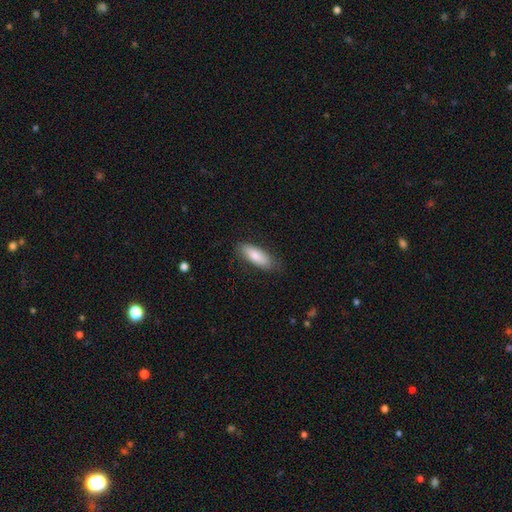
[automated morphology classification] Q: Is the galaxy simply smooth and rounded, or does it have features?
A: smooth — 81%.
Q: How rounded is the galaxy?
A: in between — 68%.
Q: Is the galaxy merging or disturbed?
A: none — 80%.